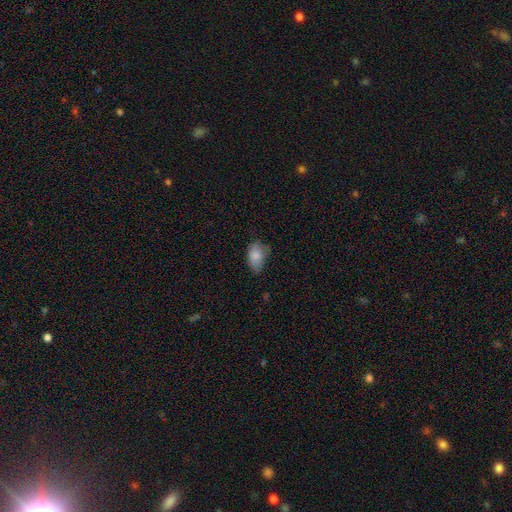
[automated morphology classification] This is clearly a smooth galaxy (82%). How rounded: clearly in between (88%). Merging: possibly none (49%).